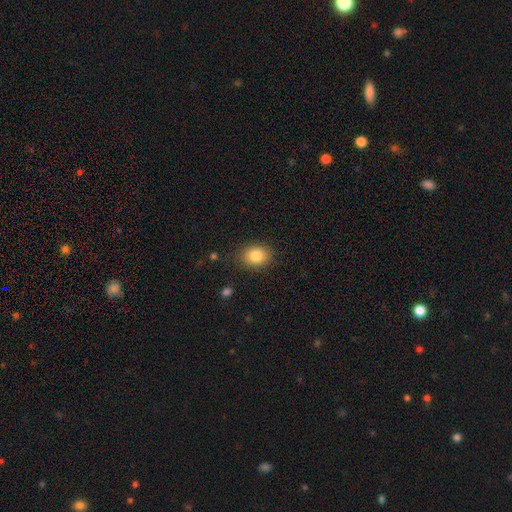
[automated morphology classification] This is clearly a smooth galaxy (83%). How rounded: possibly in between (56%). Merging: clearly none (85%).